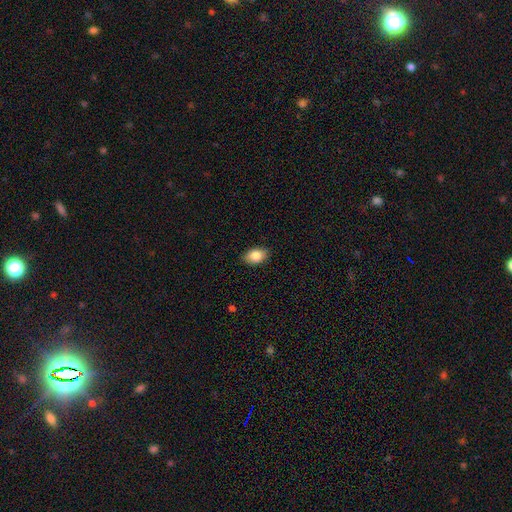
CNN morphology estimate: Smooth or featured? smooth (83%)
How rounded? in between (86%)
Merging? none (86%)